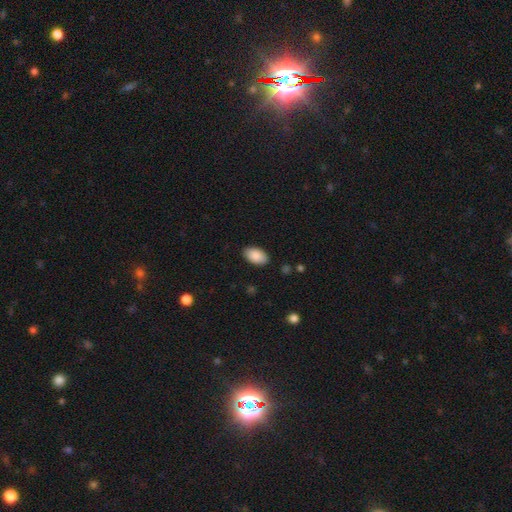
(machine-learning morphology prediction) Smooth or featured: smooth — 89% (star or artifact — 6%)
How rounded: in between — 95% (round — 4%)
Merging: none — 88% (minor disturbance — 9%)